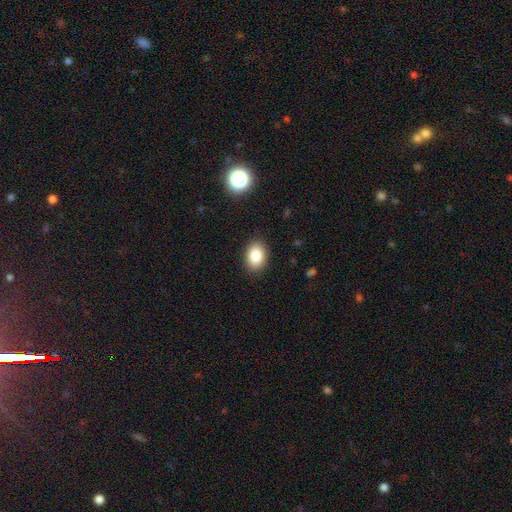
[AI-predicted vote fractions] Smooth or featured: smooth — 85% (star or artifact — 9%)
How rounded: in between — 78% (round — 21%)
Merging: none — 88% (minor disturbance — 9%)